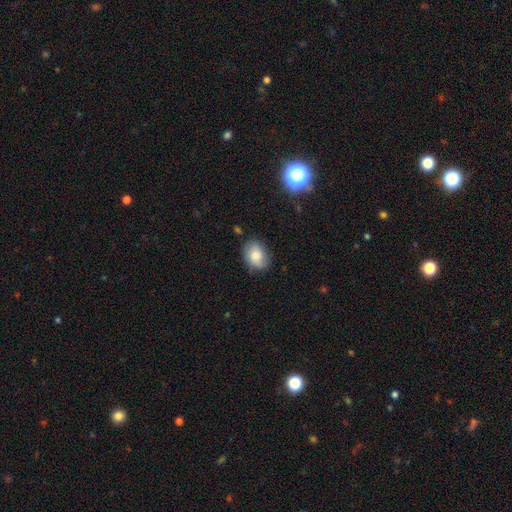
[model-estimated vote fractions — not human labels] Smooth or featured? Predicted: smooth (p=0.72). How rounded? Predicted: in between (p=0.67). Merging? Predicted: none (p=0.72).